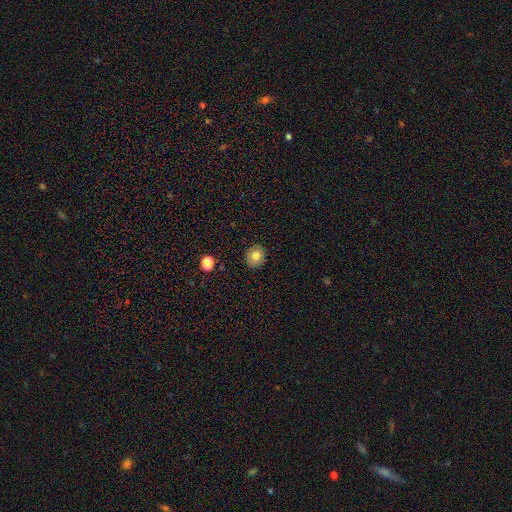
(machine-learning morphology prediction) A smooth galaxy with no disk features (78%) that is round (76%).

Vote fractions:
- Smooth or featured? smooth: 78% / featured or disk: 12% / star or artifact: 10%
- How rounded? round: 76% / in between: 23% / cigar-shaped: 1%
- Merging? none: 88% / minor disturbance: 9% / major disturbance: 2% / merger: 1%